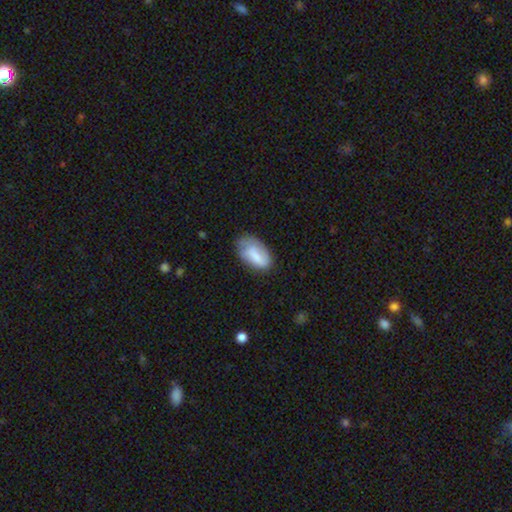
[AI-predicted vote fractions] Morphology: type=smooth (75%); roundness=in between (93%); merging=none (54%).